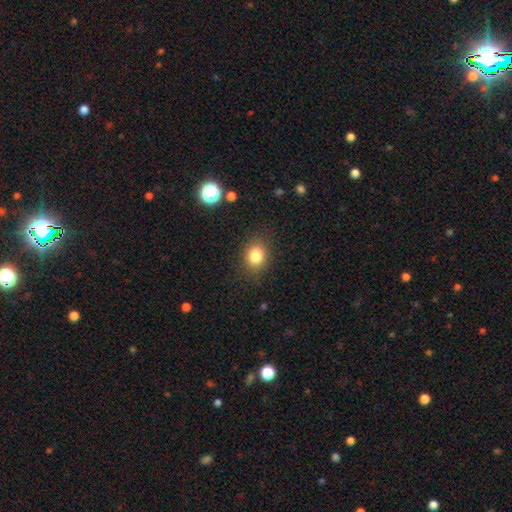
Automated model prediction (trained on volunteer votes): Overall: smooth (82%). How rounded: round (54%; in between 45%). Merging: none (86%).